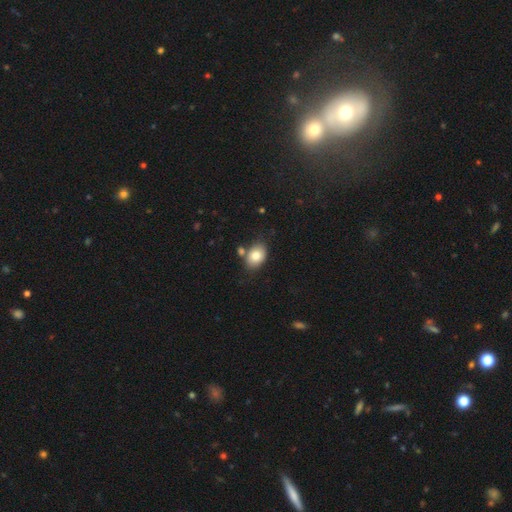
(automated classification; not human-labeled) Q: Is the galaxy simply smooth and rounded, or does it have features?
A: smooth — 82%.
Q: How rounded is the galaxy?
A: in between — 79%.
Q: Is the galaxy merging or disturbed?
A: none — 70%.